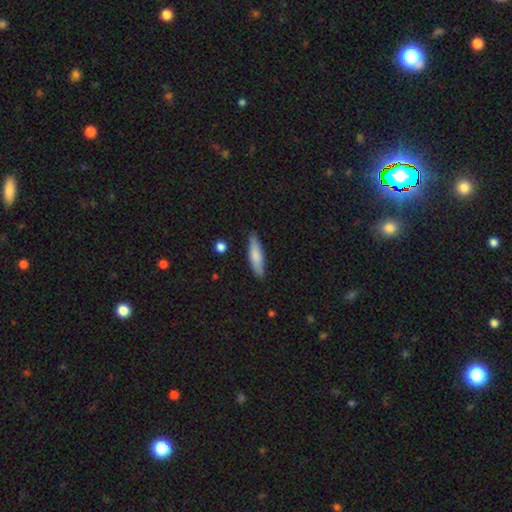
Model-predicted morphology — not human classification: A smooth galaxy with no disk features (76%) that is cigar-shaped (71%). Merging: none (86%).